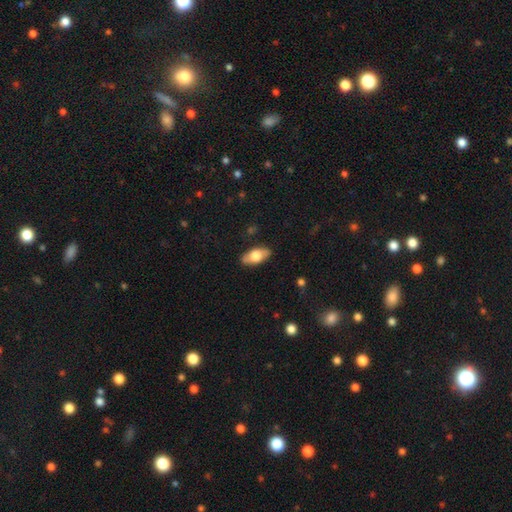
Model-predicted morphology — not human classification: This is likely a smooth galaxy (67%). How rounded: clearly in between (89%). Merging: clearly none (87%).